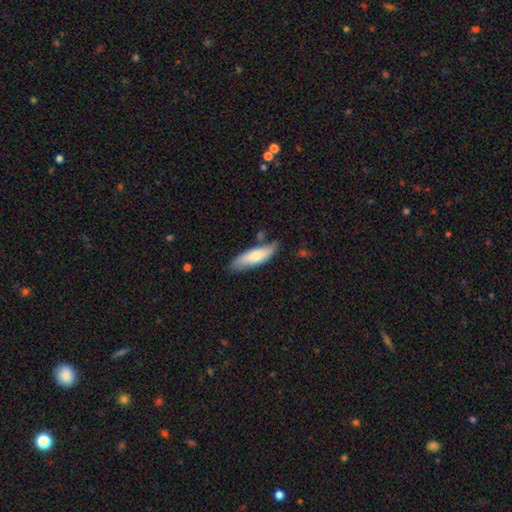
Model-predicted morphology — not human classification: The model was most divided on "how rounded": in between: 50%, cigar-shaped: 49%, round: 2%. More confident: smooth or featured — smooth (73%); merging — none (68%).